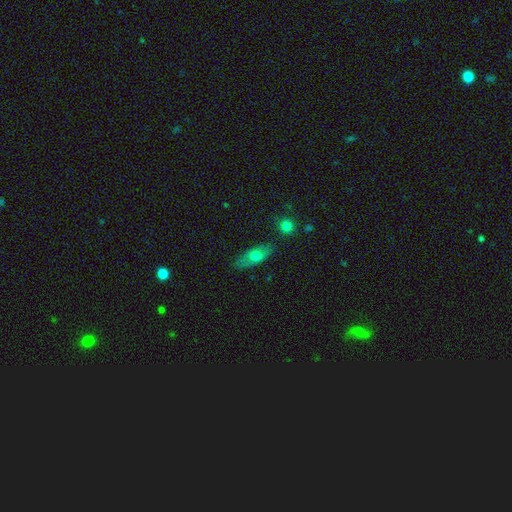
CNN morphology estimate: Smooth or featured: smooth — 60% (featured or disk — 33%)
How rounded: in between — 72% (cigar-shaped — 23%)
Merging: none — 81% (minor disturbance — 14%)